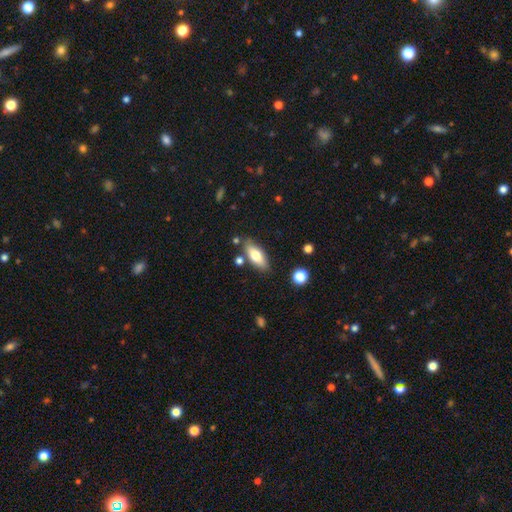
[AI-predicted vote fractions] Smooth or featured? smooth (70%)
How rounded? in between (75%)
Merging? none (79%)